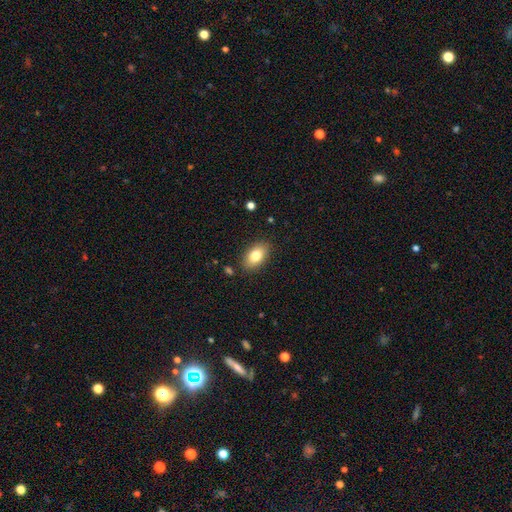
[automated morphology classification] Smooth or featured? Predicted: smooth (p=0.81). How rounded? Predicted: in between (p=0.90). Merging? Predicted: none (p=0.86).